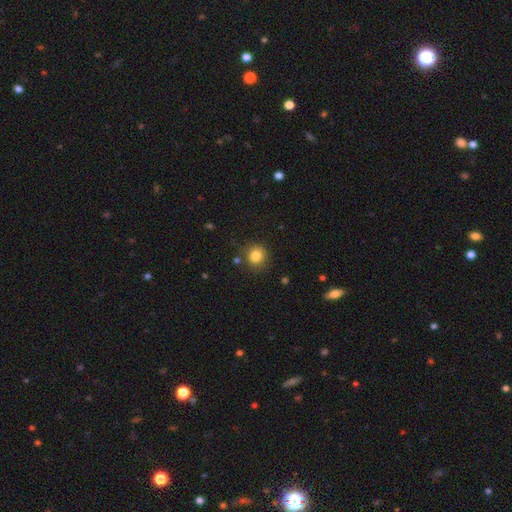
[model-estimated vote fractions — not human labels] Morphology: type=smooth (83%); roundness=round (87%); merging=none (84%).